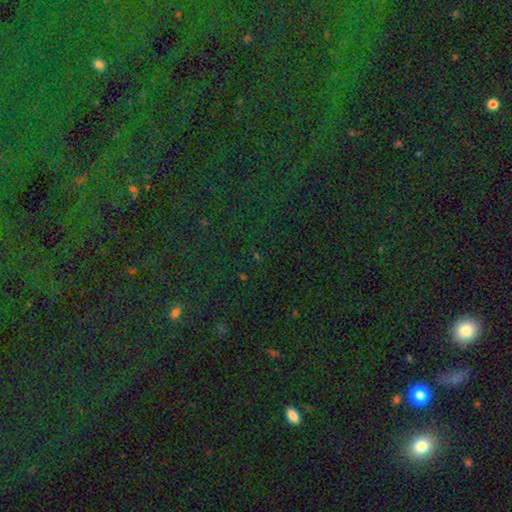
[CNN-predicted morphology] Q: Smooth or featured?
A: star or artifact (82%); runner-up: smooth (11%)